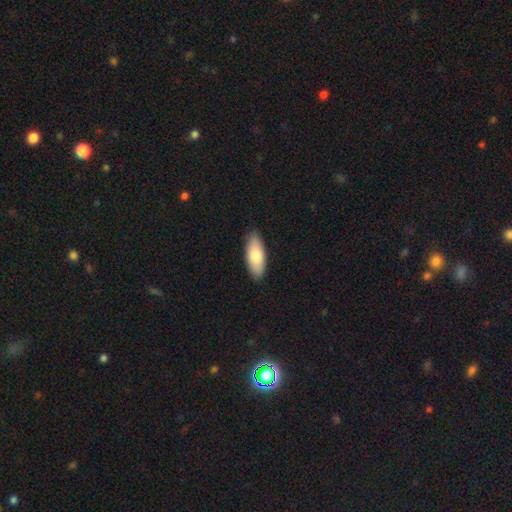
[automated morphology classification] Smooth or featured: smooth — 78% (featured or disk — 16%)
How rounded: in between — 78% (cigar-shaped — 20%)
Merging: none — 87% (minor disturbance — 10%)